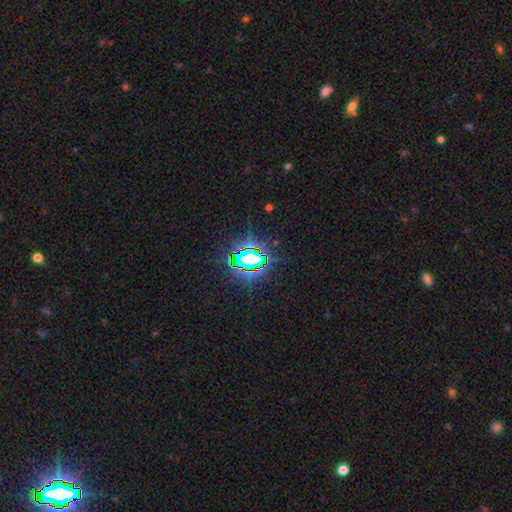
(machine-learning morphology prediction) star or artifact 78%, smooth 12%, featured or disk 10%.